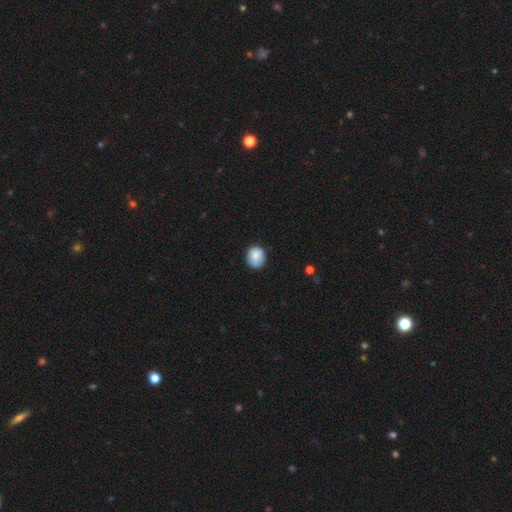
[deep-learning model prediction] This is clearly a smooth galaxy (84%). How rounded: likely round (77%). Merging: likely none (78%).